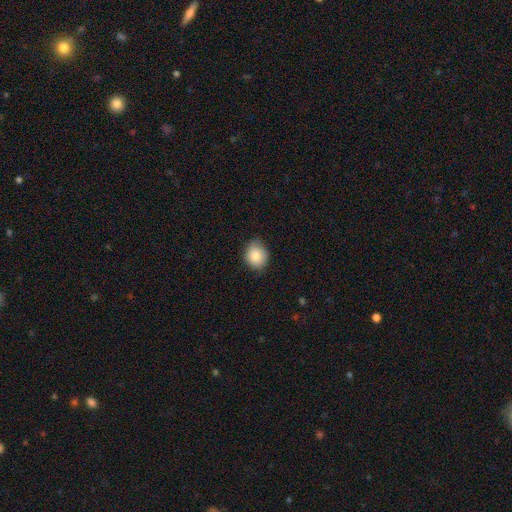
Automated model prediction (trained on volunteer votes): smooth 84%, star or artifact 8%, featured or disk 8%. Down the decision tree: how rounded — round (66%); merging — none (72%).